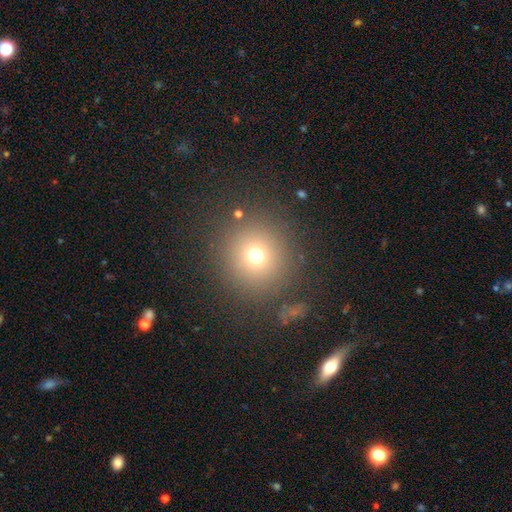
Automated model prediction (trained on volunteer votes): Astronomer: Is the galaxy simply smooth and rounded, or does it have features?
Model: smooth — 71%.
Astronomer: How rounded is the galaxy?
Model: round — 94%.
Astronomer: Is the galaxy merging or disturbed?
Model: none — 84%.